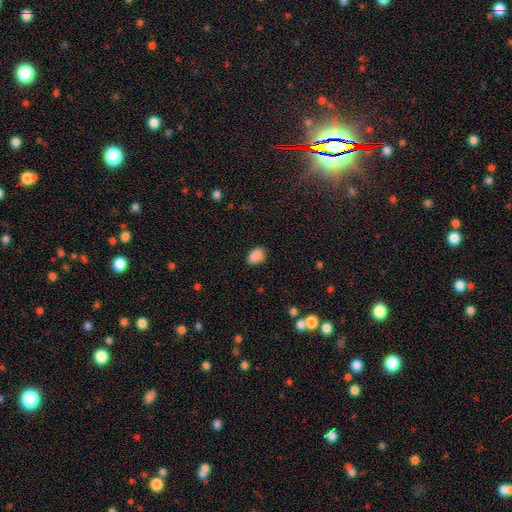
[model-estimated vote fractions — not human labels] Smooth or featured?
  - smooth: 88% *
  - star or artifact: 8%
  - featured or disk: 3%
How rounded?
  - in between: 85% *
  - round: 13%
  - cigar-shaped: 1%
Merging?
  - none: 83% *
  - minor disturbance: 13%
  - major disturbance: 3%
  - merger: 1%